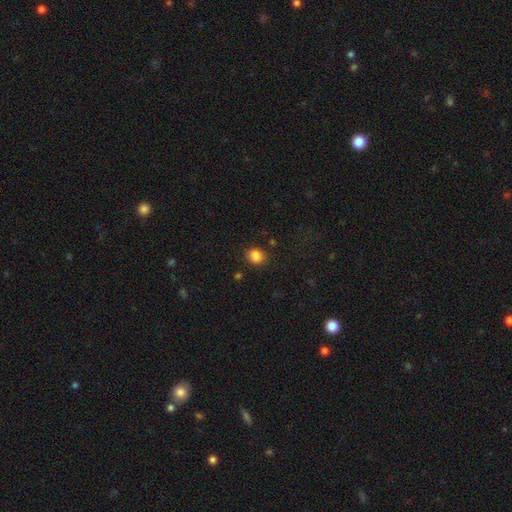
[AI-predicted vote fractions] smooth 86%, star or artifact 11%, featured or disk 4%. Down the decision tree: how rounded — round (65%); merging — none (84%).